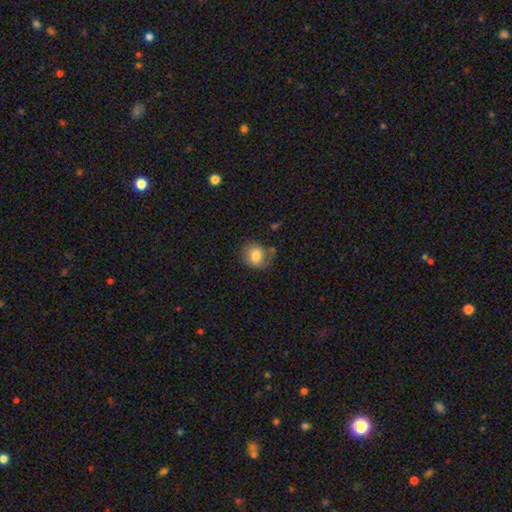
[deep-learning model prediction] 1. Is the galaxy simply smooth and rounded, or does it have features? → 76% smooth, 16% featured or disk, 8% star or artifact.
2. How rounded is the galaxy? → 71% round, 28% in between, 1% cigar-shaped.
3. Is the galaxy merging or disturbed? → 62% none, 26% minor disturbance, 9% major disturbance, 3% merger.